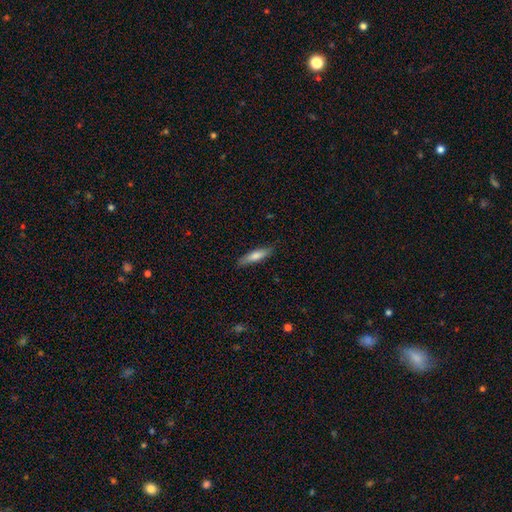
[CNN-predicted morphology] Smooth or featured?
  - smooth: 69% *
  - featured or disk: 26%
  - star or artifact: 6%
How rounded?
  - cigar-shaped: 78% *
  - in between: 20%
  - round: 2%
Merging?
  - none: 86% *
  - minor disturbance: 11%
  - major disturbance: 2%
  - merger: 1%